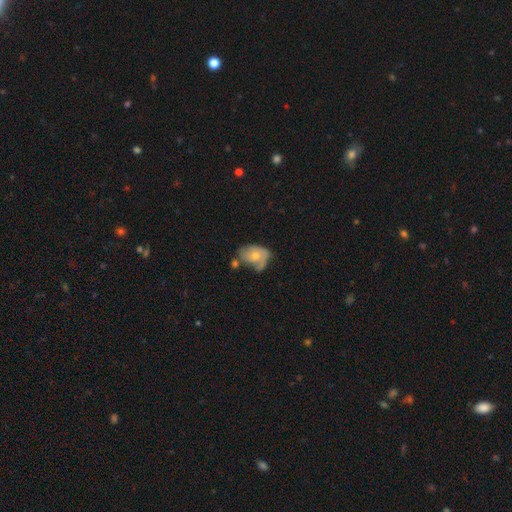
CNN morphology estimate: Smooth or featured?
  - smooth: 54% *
  - featured or disk: 39%
  - star or artifact: 7%
How rounded?
  - in between: 77% *
  - round: 22%
  - cigar-shaped: 1%
Merging?
  - minor disturbance: 31% *
  - none: 30%
  - merger: 20%
  - major disturbance: 19%